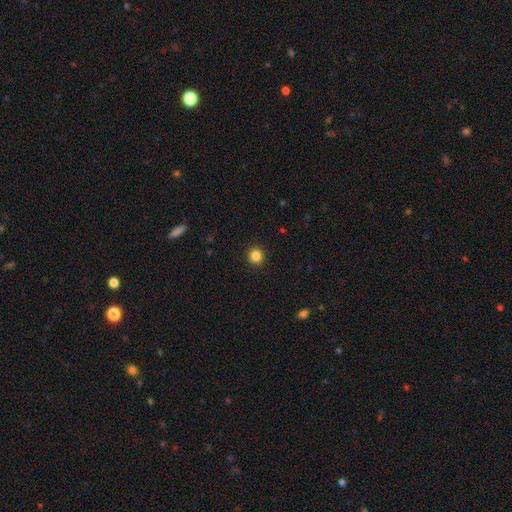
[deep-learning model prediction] A smooth galaxy with no disk features (86%) that is round (90%). Merging: none (93%).